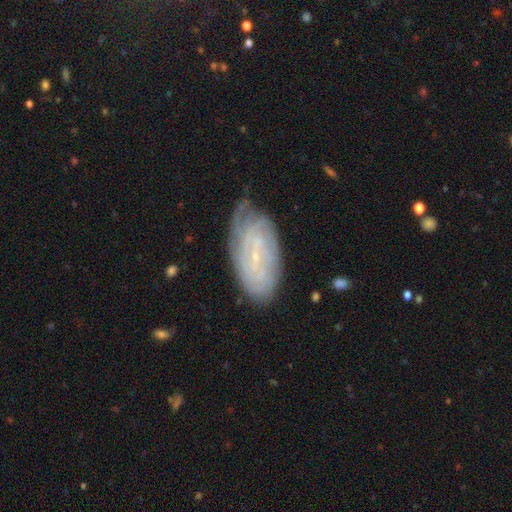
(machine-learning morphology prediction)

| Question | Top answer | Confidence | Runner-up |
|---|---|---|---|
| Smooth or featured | featured or disk | 69% | smooth (23%) |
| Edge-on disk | no | 93% | yes (7%) |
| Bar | weak | 45% | no (41%) |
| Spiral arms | yes | 87% | no (13%) |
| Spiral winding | tight | 71% | medium (22%) |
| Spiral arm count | can't tell | 56% | 2 (17%) |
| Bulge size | small | 80% | moderate (10%) |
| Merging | none | 63% | minor disturbance (27%) |